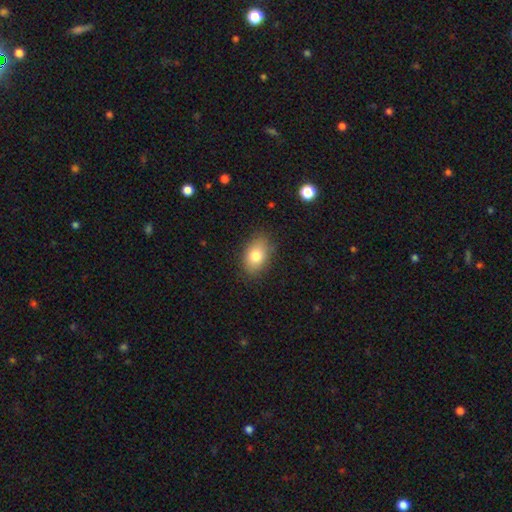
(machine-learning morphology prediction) This appears to be a smooth galaxy with no disk features (79%) that is in between round and cigar-shaped (85%). Merging: none (83%).